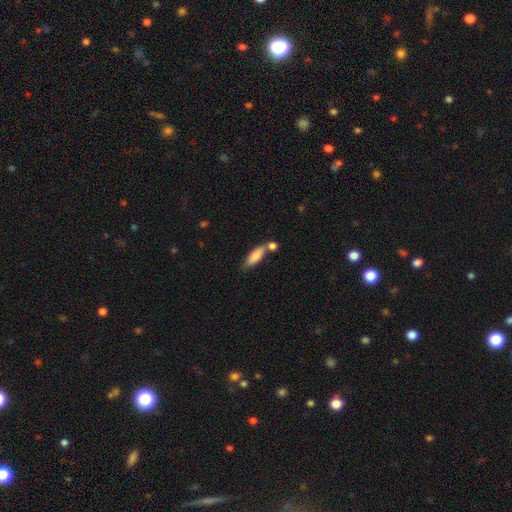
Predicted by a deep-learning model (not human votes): Smooth or featured: smooth — 82% (featured or disk — 12%)
How rounded: in between — 66% (cigar-shaped — 32%)
Merging: none — 45% (merger — 35%)